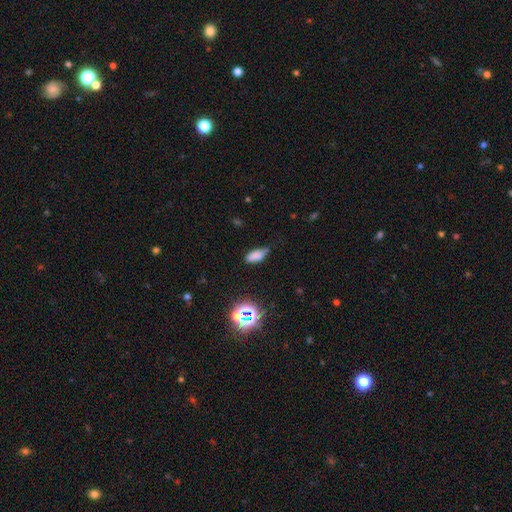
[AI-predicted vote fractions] smooth-or-featured: smooth: 74% | star or artifact: 17% | featured or disk: 10%
  how-rounded: in between: 79% | cigar-shaped: 16% | round: 4%
  merging: none: 53% | minor disturbance: 36% | major disturbance: 9% | merger: 3%